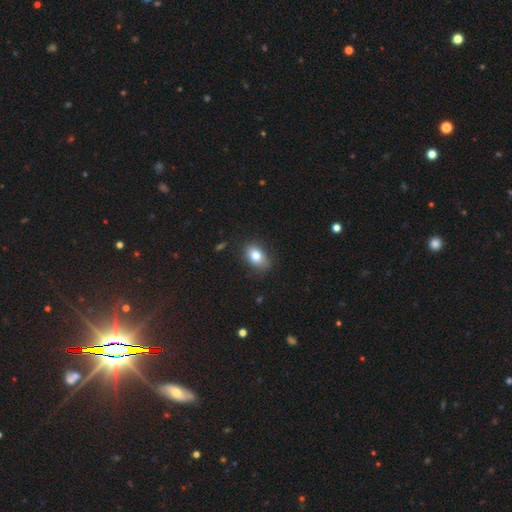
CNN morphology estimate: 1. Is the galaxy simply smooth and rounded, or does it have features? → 81% smooth, 10% featured or disk, 9% star or artifact.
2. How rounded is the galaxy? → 81% in between, 18% round, 2% cigar-shaped.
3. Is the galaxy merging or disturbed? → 78% none, 17% minor disturbance, 3% major disturbance, 1% merger.